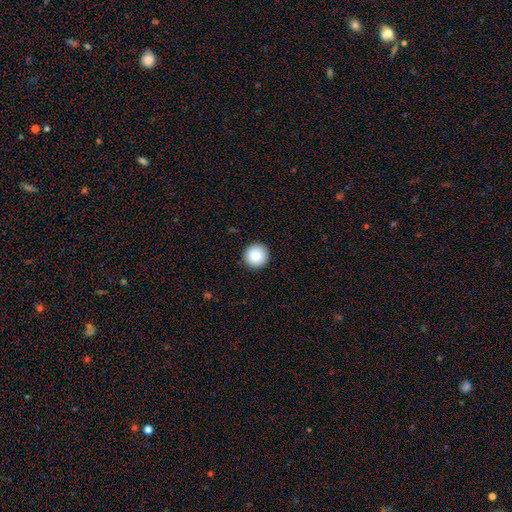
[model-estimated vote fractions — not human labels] A smooth galaxy with no disk features (87%) that is round (96%).

Vote fractions:
- Smooth or featured? smooth: 87% / star or artifact: 9% / featured or disk: 4%
- How rounded? round: 96% / in between: 3% / cigar-shaped: 1%
- Merging? none: 92% / minor disturbance: 5% / major disturbance: 2% / merger: 1%